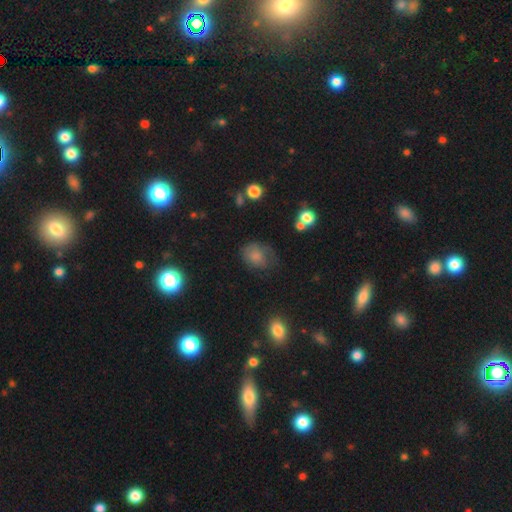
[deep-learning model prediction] Smooth or featured: smooth — 71% (featured or disk — 17%)
How rounded: in between — 57% (round — 42%)
Merging: none — 46% (minor disturbance — 31%)